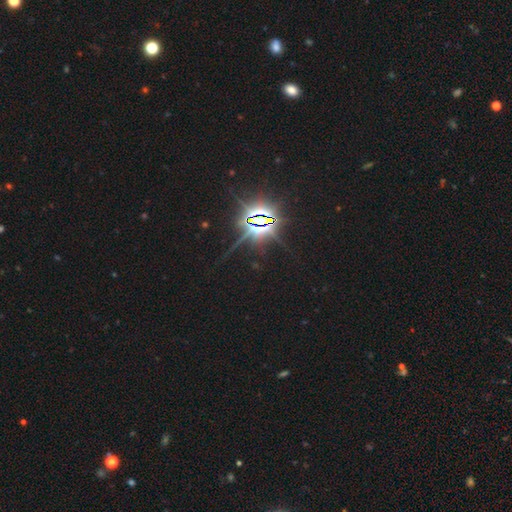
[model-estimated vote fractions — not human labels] Overall: star or artifact (86%).